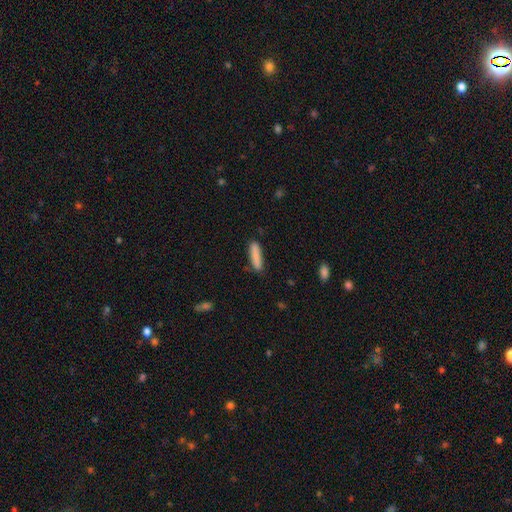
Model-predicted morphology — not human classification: A smooth galaxy with no disk features (86%) that is cigar-shaped (78%). Merging: none (83%).